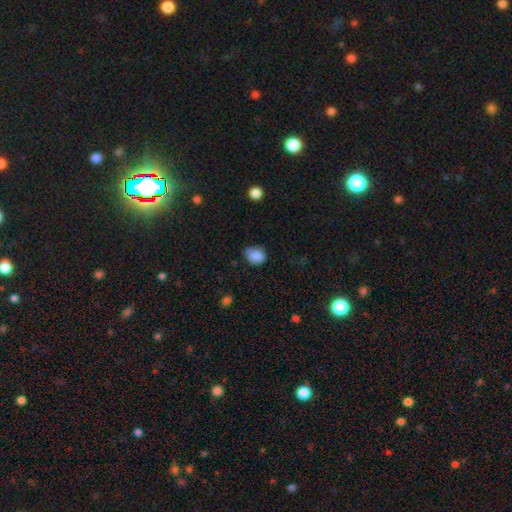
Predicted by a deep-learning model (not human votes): Smooth or featured: smooth — 86% (star or artifact — 9%)
How rounded: round — 54% (in between — 45%)
Merging: none — 67% (minor disturbance — 27%)